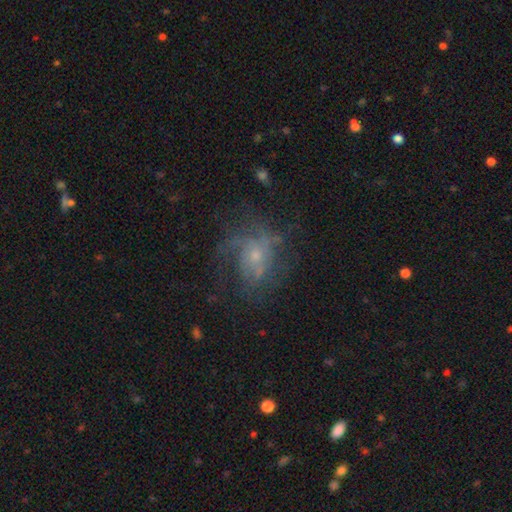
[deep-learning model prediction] Smooth or featured? featured or disk (65%)
Edge-on disk? no (97%)
Bar? no (77%)
Spiral arms? yes (73%)
Bulge size? small (66%)
Merging? none (55%)